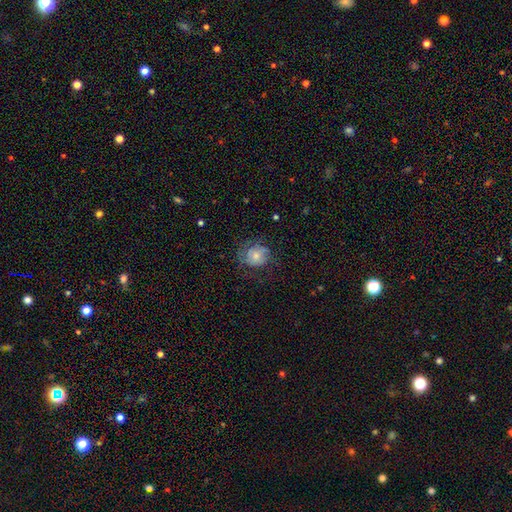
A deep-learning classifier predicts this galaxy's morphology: This is possibly a smooth galaxy (53%). How rounded: likely round (77%). Merging: possibly none (57%).